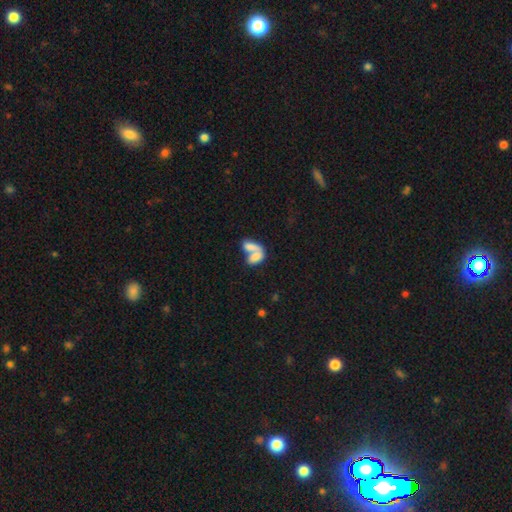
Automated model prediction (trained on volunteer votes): Smooth or featured: smooth — 70% (featured or disk — 22%)
How rounded: in between — 86% (round — 9%)
Merging: merger — 75% (none — 13%)